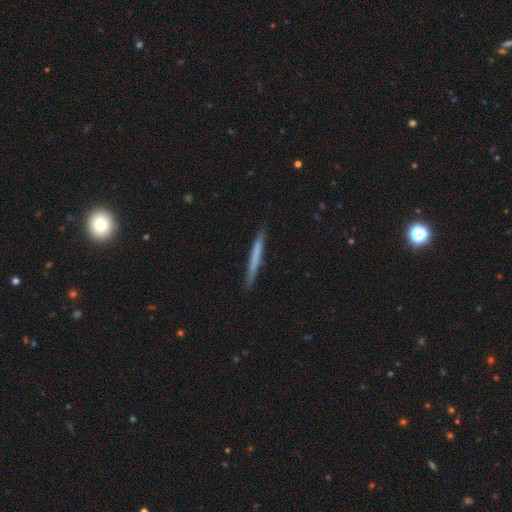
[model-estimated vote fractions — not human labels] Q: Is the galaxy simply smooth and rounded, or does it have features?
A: smooth — 60%.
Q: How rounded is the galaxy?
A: cigar-shaped — 97%.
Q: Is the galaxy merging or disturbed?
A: none — 88%.